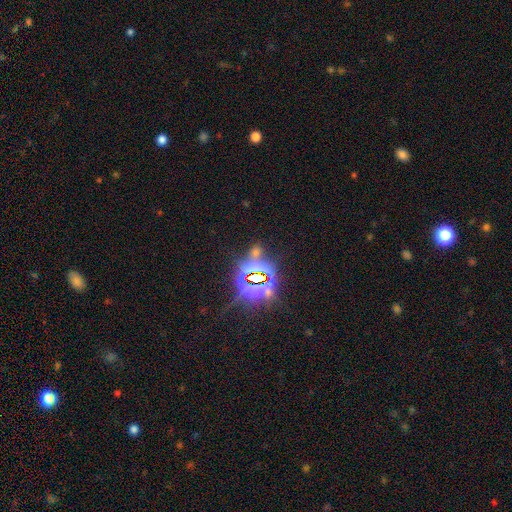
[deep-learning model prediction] A star or artifact, not a galaxy (84%).